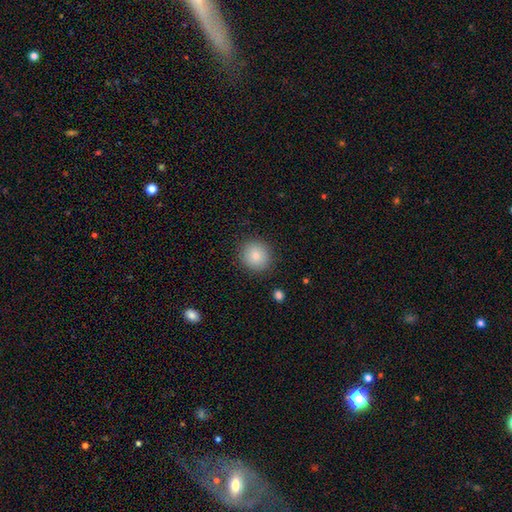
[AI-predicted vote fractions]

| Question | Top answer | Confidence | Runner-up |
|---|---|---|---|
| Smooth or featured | smooth | 84% | star or artifact (9%) |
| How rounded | round | 89% | in between (10%) |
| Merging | none | 89% | minor disturbance (8%) |